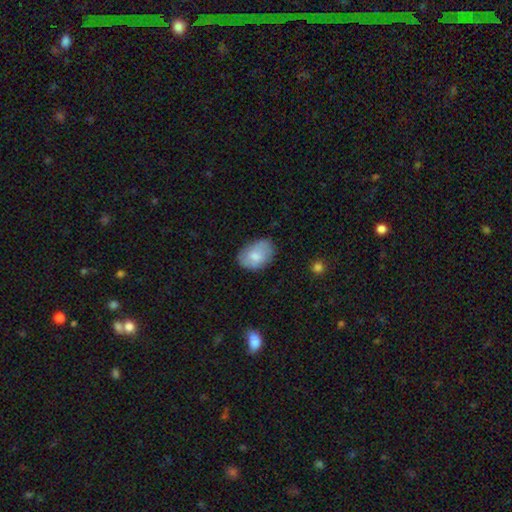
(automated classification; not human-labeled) Overall: smooth (73%). How rounded: in between (86%). Merging: none (72%).